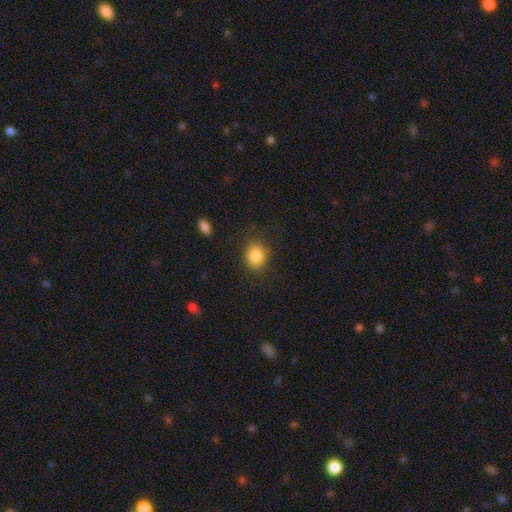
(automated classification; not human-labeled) smooth 84%, star or artifact 9%, featured or disk 6%. Down the decision tree: how rounded — round (58%); merging — none (82%).